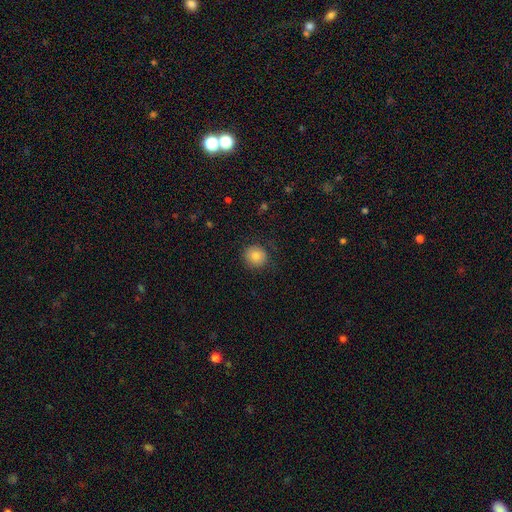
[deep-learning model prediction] Morphology: type=smooth (81%); roundness=round (92%); merging=none (85%).